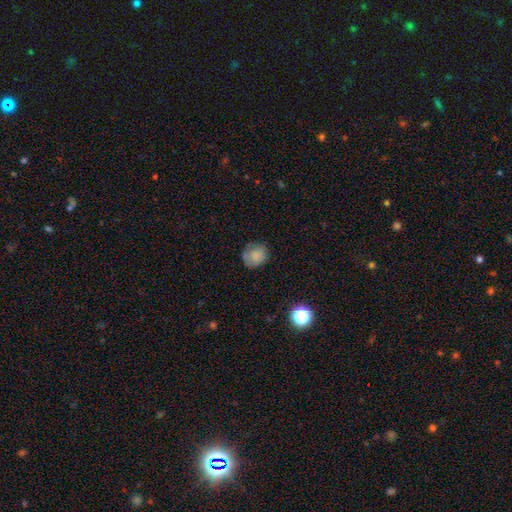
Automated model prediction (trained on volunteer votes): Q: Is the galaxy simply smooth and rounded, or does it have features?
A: smooth — 80%.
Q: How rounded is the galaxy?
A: round — 72%.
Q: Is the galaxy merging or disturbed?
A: none — 69%.